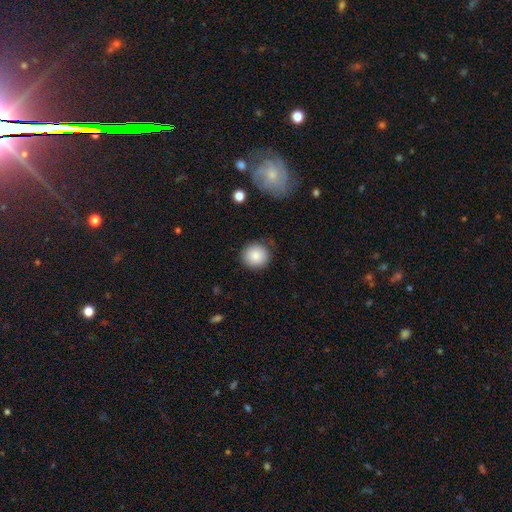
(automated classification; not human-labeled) This is clearly a smooth galaxy (87%). How rounded: clearly round (91%). Merging: clearly none (84%).